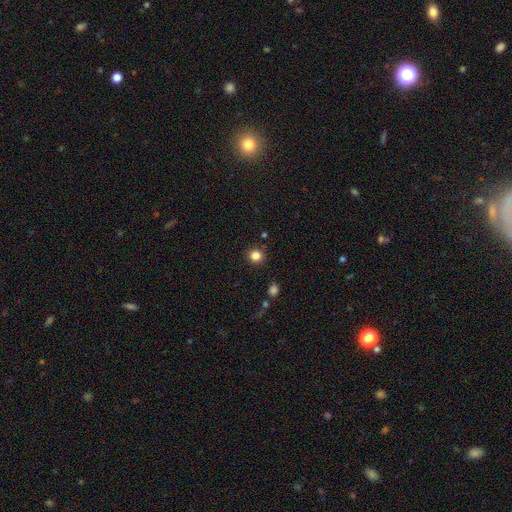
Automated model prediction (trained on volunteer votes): smooth 83%, star or artifact 12%, featured or disk 4%. Down the decision tree: how rounded — round (93%); merging — none (90%).